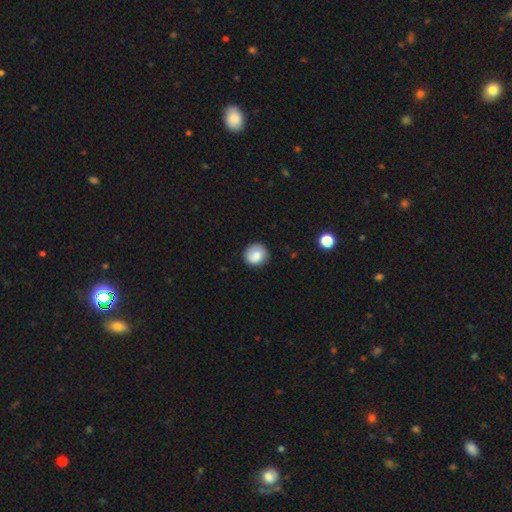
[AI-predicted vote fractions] smooth_or_featured: smooth (p=0.79) [alt: featured or disk p=0.14]
how_rounded: round (p=0.88) [alt: in between p=0.11]
merging: none (p=0.82) [alt: minor disturbance p=0.13]